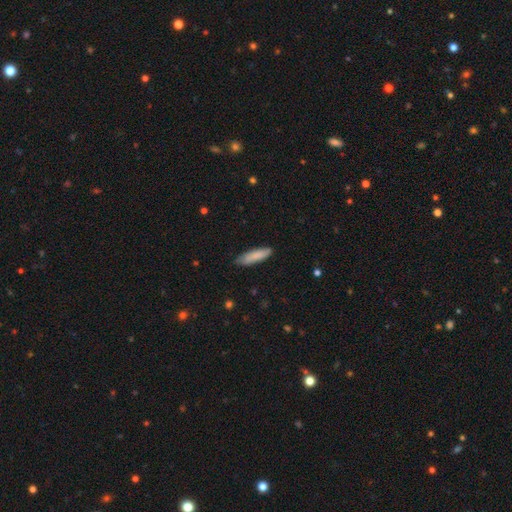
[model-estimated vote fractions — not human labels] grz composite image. It shows a smooth galaxy with no disk features (83%) that is cigar-shaped (67%). Merging: none (80%).